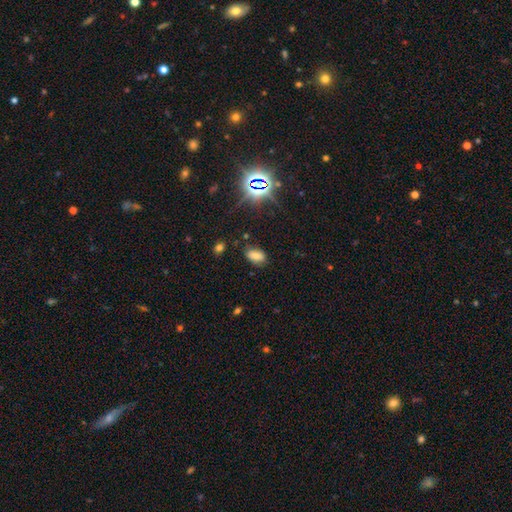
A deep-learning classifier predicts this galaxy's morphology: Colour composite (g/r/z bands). It shows a smooth galaxy with no disk features (71%) that is in between round and cigar-shaped (92%). Merging: none (78%).